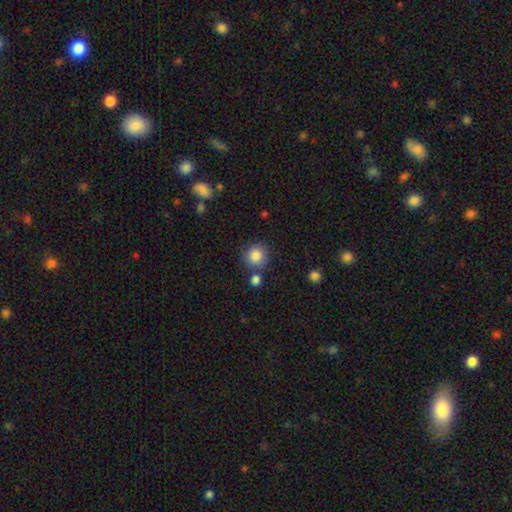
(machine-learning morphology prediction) Smooth or featured? Predicted: smooth (p=0.85). How rounded? Predicted: round (p=0.91). Merging? Predicted: none (p=0.75).